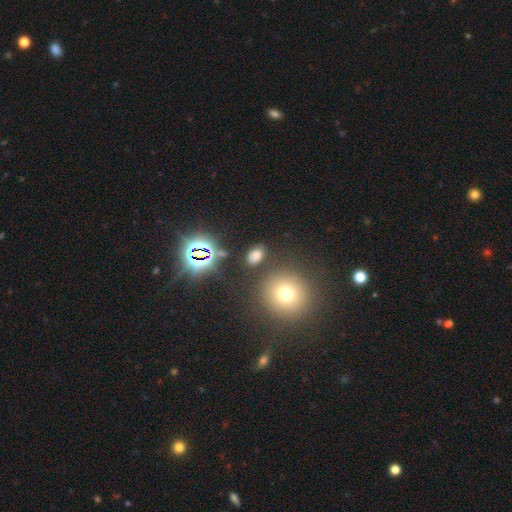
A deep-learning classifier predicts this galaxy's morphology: The model was most divided on "smooth or featured": smooth: 64%, star or artifact: 28%, featured or disk: 7%. More confident: merging — none (80%); how rounded — in between (79%).